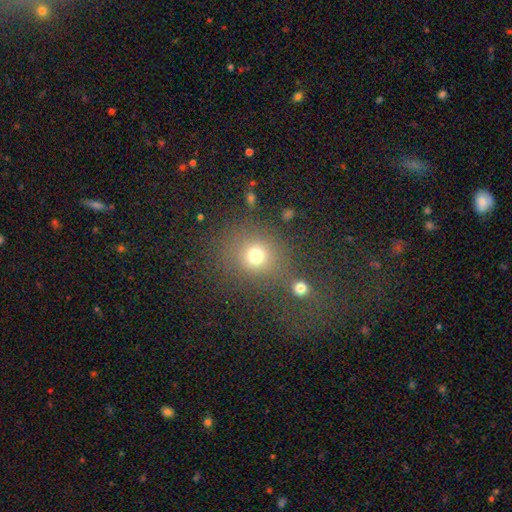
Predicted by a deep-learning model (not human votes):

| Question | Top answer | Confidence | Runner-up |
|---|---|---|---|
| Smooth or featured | smooth | 73% | star or artifact (18%) |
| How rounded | round | 79% | in between (19%) |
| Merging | none | 67% | merger (17%) |